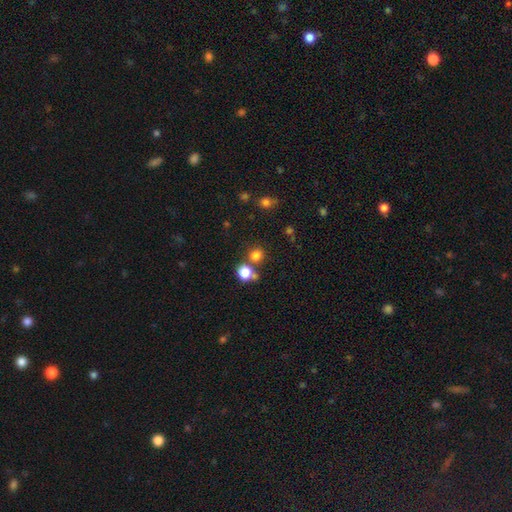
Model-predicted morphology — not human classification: A smooth galaxy with no disk features (78%) that is round (86%).

Vote fractions:
- Smooth or featured? smooth: 78% / star or artifact: 16% / featured or disk: 6%
- How rounded? round: 86% / in between: 13% / cigar-shaped: 1%
- Merging? none: 68% / merger: 21% / minor disturbance: 8% / major disturbance: 4%